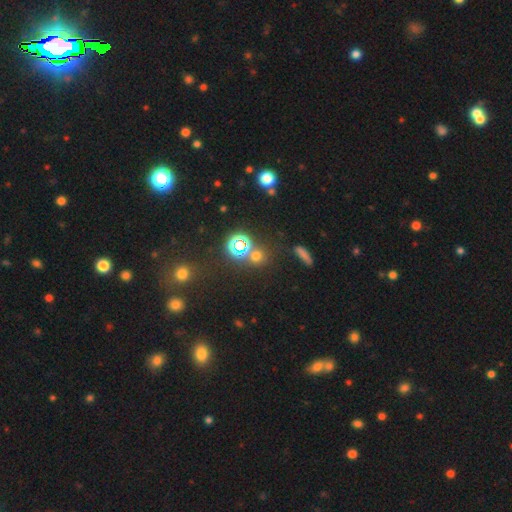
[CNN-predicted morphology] smooth 52%, star or artifact 40%, featured or disk 8%. Down the decision tree: how rounded — round (86%); merging — none (73%).